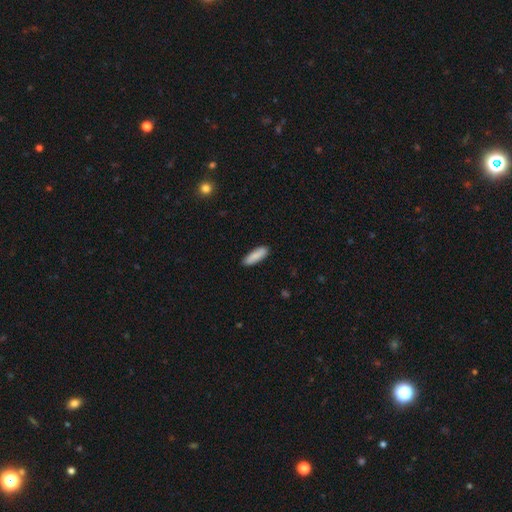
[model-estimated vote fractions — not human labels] Morphology: type=smooth (87%); roundness=cigar-shaped (53%); merging=none (89%).